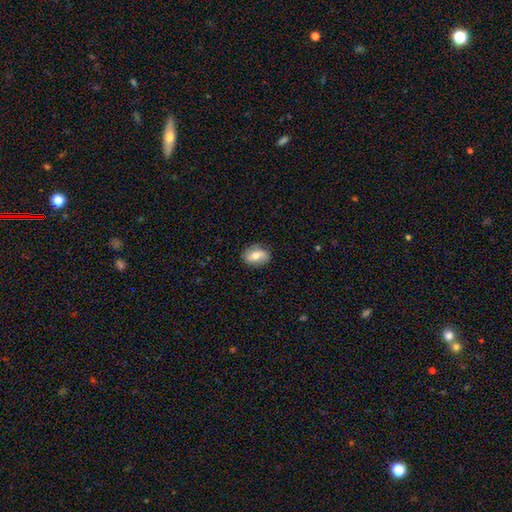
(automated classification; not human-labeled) Overall: smooth (65%; featured or disk 27%). How rounded: in between (67%; round 31%). Merging: none (83%).